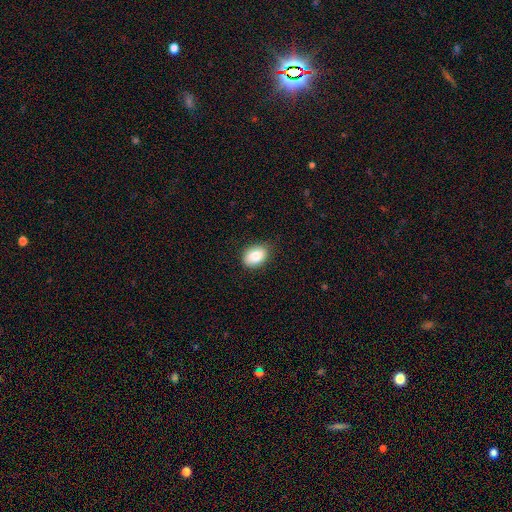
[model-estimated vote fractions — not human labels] smooth-or-featured: smooth: 84% | featured or disk: 9% | star or artifact: 7%
  how-rounded: in between: 82% | round: 17% | cigar-shaped: 1%
  merging: none: 83% | minor disturbance: 14% | major disturbance: 3% | merger: 1%